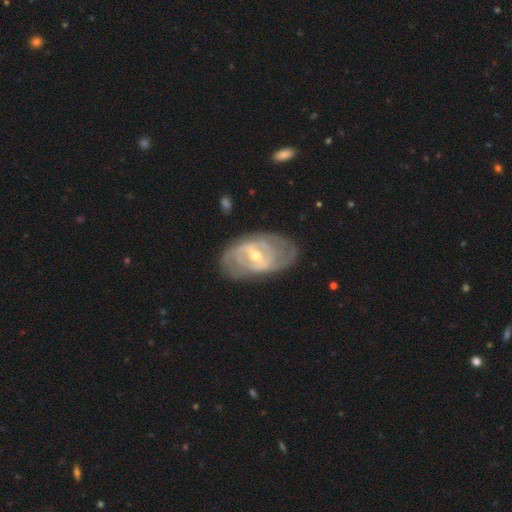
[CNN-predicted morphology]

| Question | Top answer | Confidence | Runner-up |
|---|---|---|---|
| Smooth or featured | featured or disk | 86% | smooth (10%) |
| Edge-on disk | no | 95% | yes (5%) |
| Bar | weak | 44% | strong (42%) |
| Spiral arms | yes | 89% | no (11%) |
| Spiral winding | tight | 61% | medium (30%) |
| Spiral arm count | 2 | 39% | can't tell (34%) |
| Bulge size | moderate | 54% | small (42%) |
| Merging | none | 73% | minor disturbance (18%) |